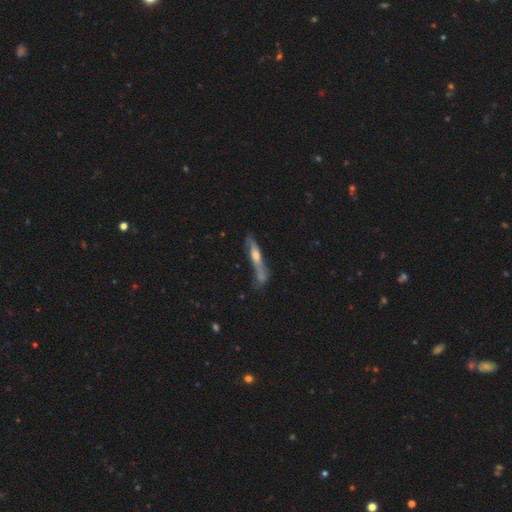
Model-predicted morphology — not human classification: The model was most divided on "smooth or featured": featured or disk: 55%, smooth: 37%, star or artifact: 8%. Remaining: edge-on disk — yes (76%); merging — none (46%).